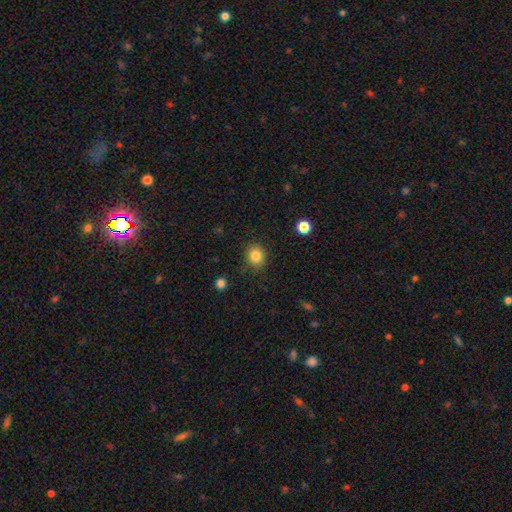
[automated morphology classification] smooth_or_featured: smooth (p=0.84) [alt: star or artifact p=0.11]
how_rounded: round (p=0.74) [alt: in between p=0.26]
merging: none (p=0.87) [alt: minor disturbance p=0.09]